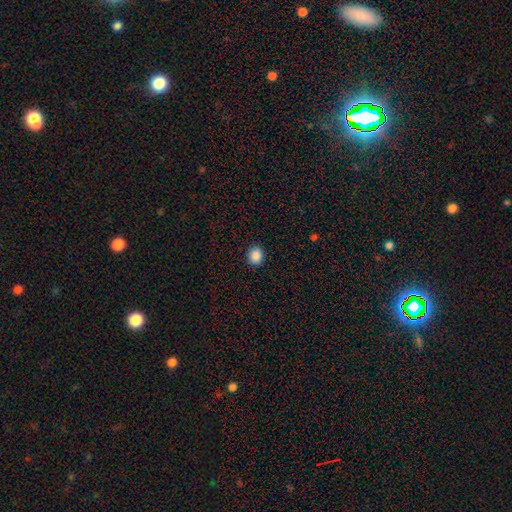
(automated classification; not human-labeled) This is clearly a smooth galaxy (88%). How rounded: likely round (76%). Merging: clearly none (91%).